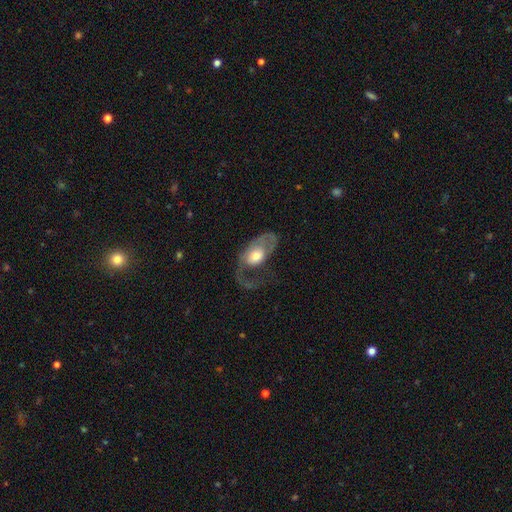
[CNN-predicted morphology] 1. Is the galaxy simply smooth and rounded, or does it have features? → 56% featured or disk, 38% smooth, 6% star or artifact.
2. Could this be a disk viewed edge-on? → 92% no, 8% yes.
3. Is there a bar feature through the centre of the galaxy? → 76% no, 19% weak, 5% strong.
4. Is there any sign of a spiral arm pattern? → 58% yes, 42% no.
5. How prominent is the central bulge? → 62% moderate, 19% large, 15% small, 2% dominant, 1% none.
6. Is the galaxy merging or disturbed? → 51% major disturbance, 28% none, 18% minor disturbance, 3% merger.